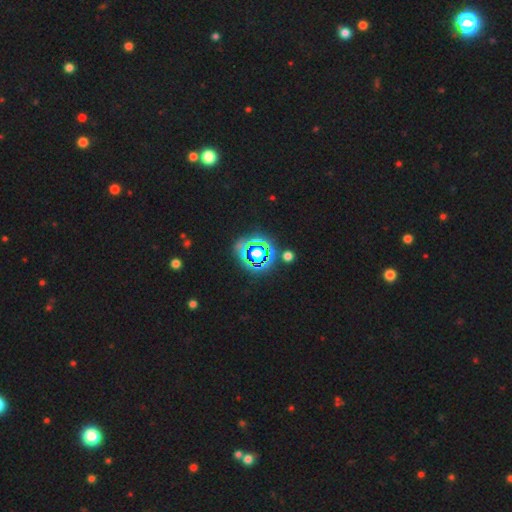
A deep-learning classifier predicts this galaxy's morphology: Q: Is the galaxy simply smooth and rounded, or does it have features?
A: star or artifact — 60%.